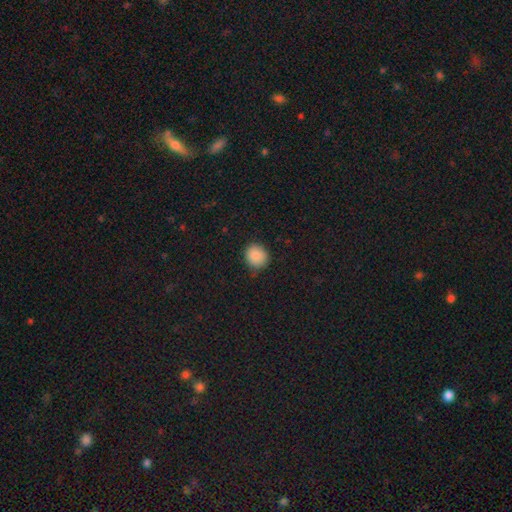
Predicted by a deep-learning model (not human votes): This appears to be a smooth galaxy with no disk features (88%) that is round (85%). Merging: none (85%).